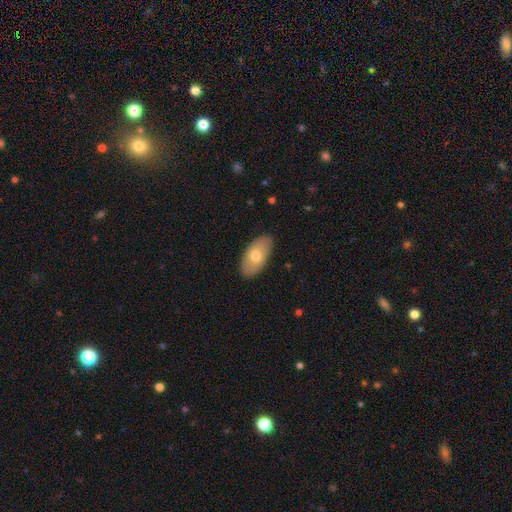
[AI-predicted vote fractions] Smooth or featured? smooth (65%)
How rounded? in between (93%)
Merging? none (86%)